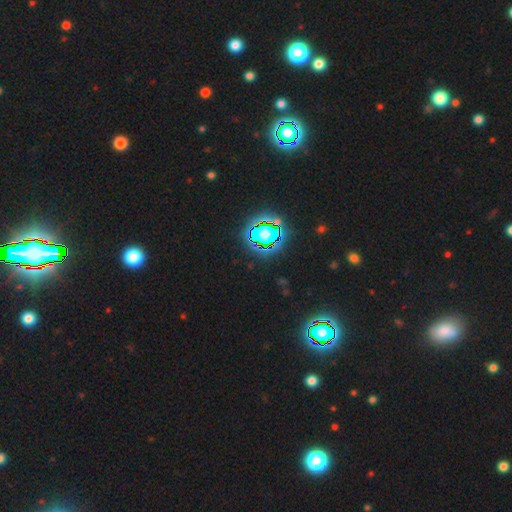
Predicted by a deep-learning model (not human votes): Overall: star or artifact (82%).